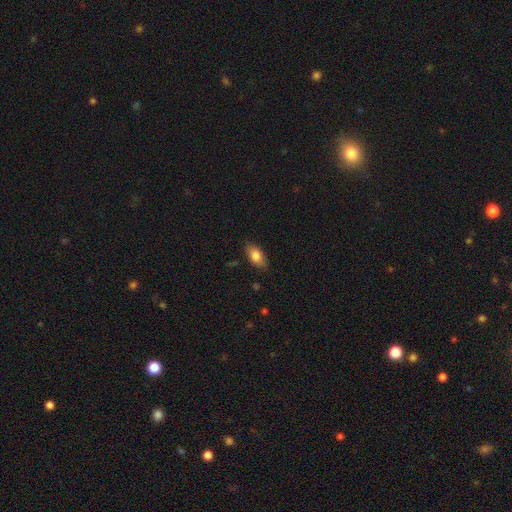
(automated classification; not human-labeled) Smooth or featured? smooth (80%)
How rounded? in between (89%)
Merging? none (83%)